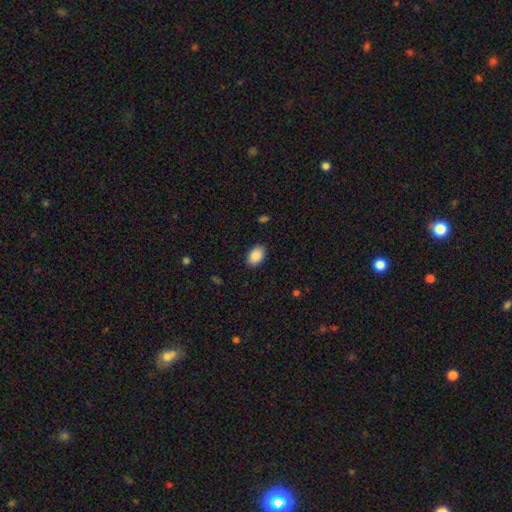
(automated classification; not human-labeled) Smooth or featured?
  - smooth: 90% *
  - star or artifact: 7%
  - featured or disk: 3%
How rounded?
  - in between: 88% *
  - round: 11%
  - cigar-shaped: 1%
Merging?
  - none: 88% *
  - minor disturbance: 9%
  - major disturbance: 2%
  - merger: 1%